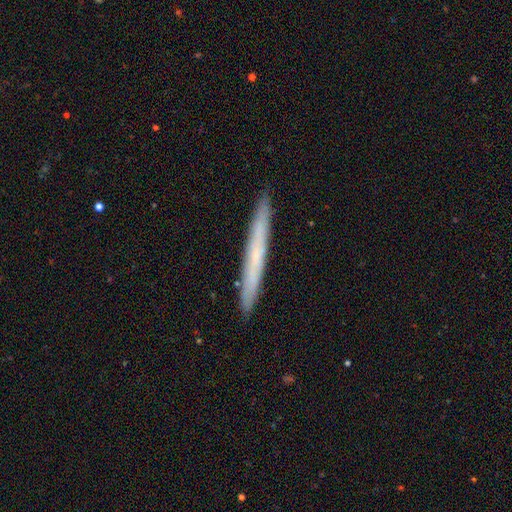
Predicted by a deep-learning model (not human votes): A featured or disk galaxy (47%, tied with smooth). Merging: none (92%).